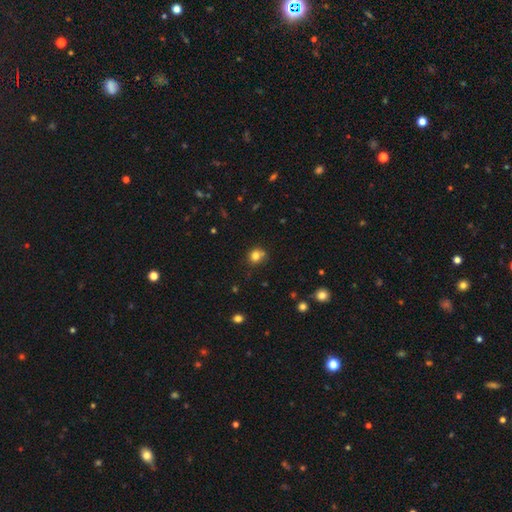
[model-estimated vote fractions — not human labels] This appears to be a smooth galaxy with no disk features (79%) that is round (82%). Merging: none (64%).